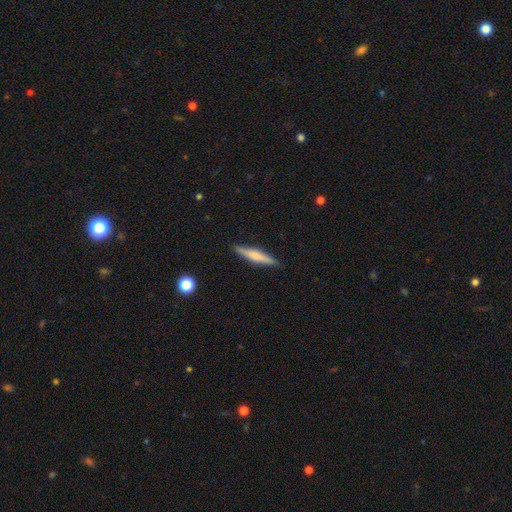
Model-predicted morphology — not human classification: A smooth galaxy with no disk features (55%) that is cigar-shaped (91%).

Vote fractions:
- Smooth or featured? smooth: 55% / featured or disk: 39% / star or artifact: 6%
- How rounded? cigar-shaped: 91% / in between: 8% / round: 2%
- Merging? none: 90% / minor disturbance: 7% / major disturbance: 2% / merger: 1%